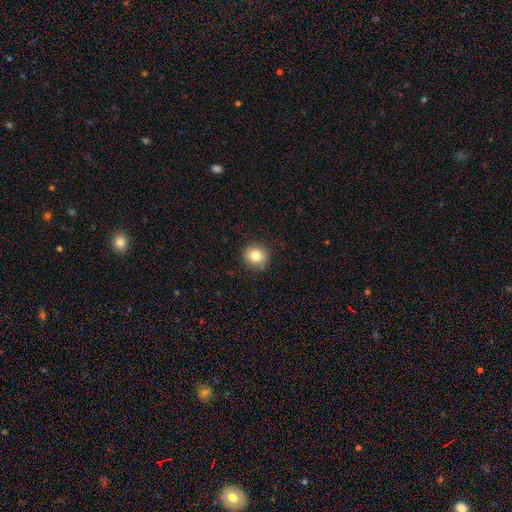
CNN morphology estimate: Q: Smooth or featured?
A: smooth (82%); runner-up: star or artifact (10%)
Q: How rounded?
A: round (87%); runner-up: in between (12%)
Q: Merging?
A: none (88%); runner-up: minor disturbance (9%)